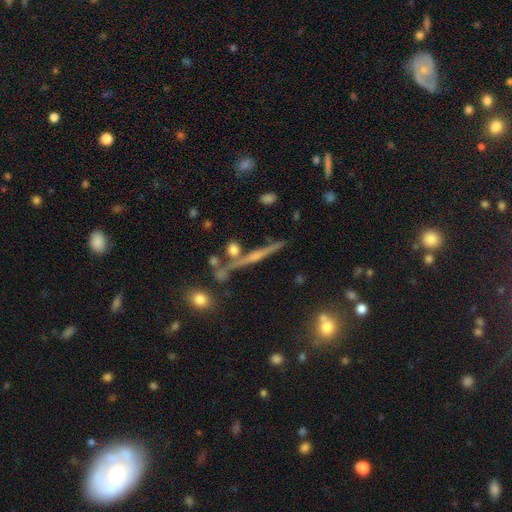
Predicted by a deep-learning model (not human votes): Morphology: type=featured or disk (52%); edge-on=yes (88%); merging=none (74%).